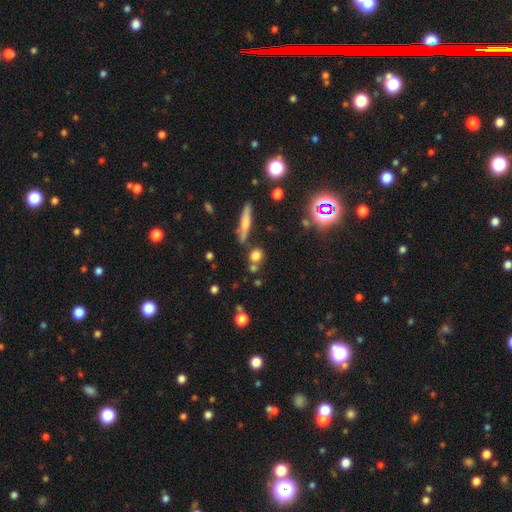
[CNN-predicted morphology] smooth_or_featured: smooth (p=0.74) [alt: star or artifact p=0.15]
how_rounded: round (p=0.76) [alt: in between p=0.15]
merging: none (p=0.66) [alt: merger p=0.20]